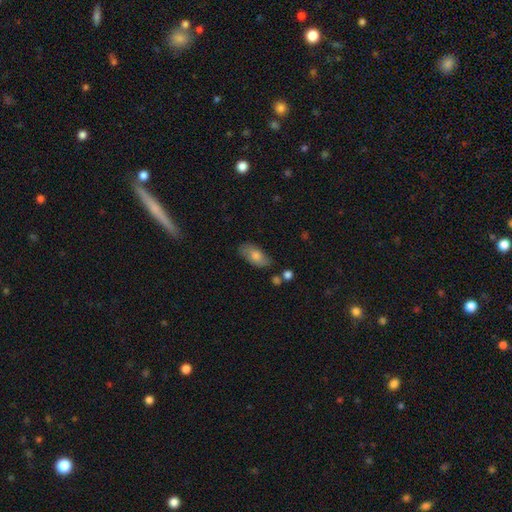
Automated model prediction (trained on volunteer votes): Q: Smooth or featured?
A: smooth (70%); runner-up: featured or disk (22%)
Q: How rounded?
A: in between (90%); runner-up: cigar-shaped (7%)
Q: Merging?
A: none (75%); runner-up: minor disturbance (17%)